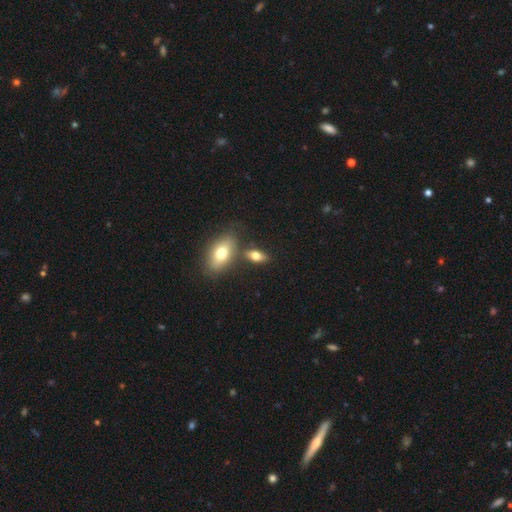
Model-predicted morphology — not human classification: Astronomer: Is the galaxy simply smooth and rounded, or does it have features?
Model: smooth — 71%.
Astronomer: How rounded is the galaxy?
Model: in between — 83%.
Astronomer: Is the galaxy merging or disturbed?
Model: none — 67%.